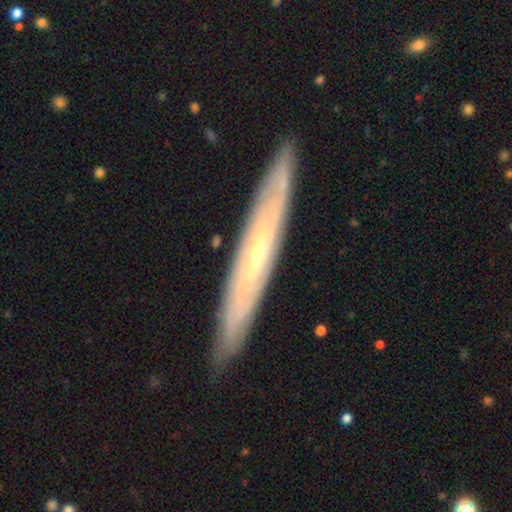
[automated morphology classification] featured or disk 69%, smooth 25%, star or artifact 6%. Down the decision tree: edge-on disk — yes (54%); merging — none (82%).